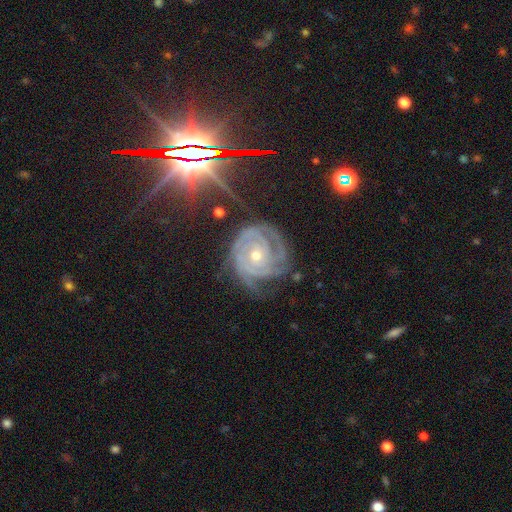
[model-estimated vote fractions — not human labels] The model was most divided on "bulge size": small: 55%, moderate: 43%, large: 1%, none: 1%, dominant: 1%. Remaining: spiral arms — yes (98%); edge-on disk — no (97%); smooth or featured — featured or disk (87%); spiral winding — tight (79%); bar — no (77%); merging — none (66%); spiral arm count — 3 (38%).